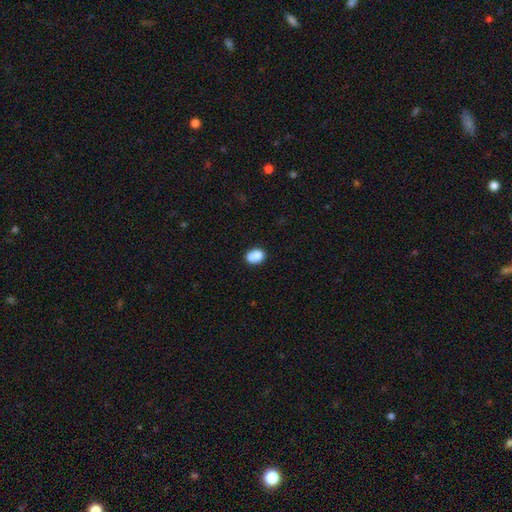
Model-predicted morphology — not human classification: This appears to be a smooth galaxy with no disk features (75%) that is in between round and cigar-shaped (52%). Merging: merger (41%).